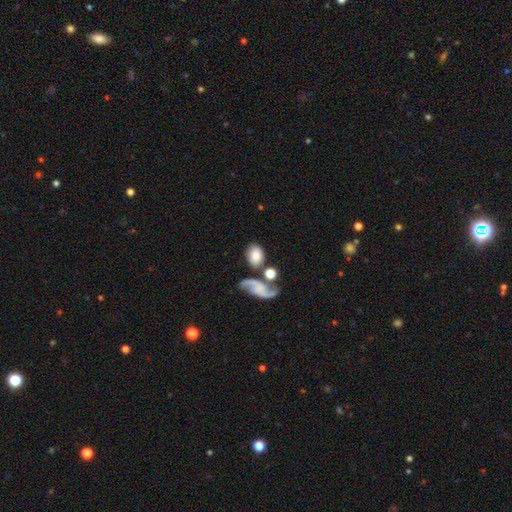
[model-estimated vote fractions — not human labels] A smooth galaxy with no disk features (67%) that is in between round and cigar-shaped (71%). Merging: none (55%).